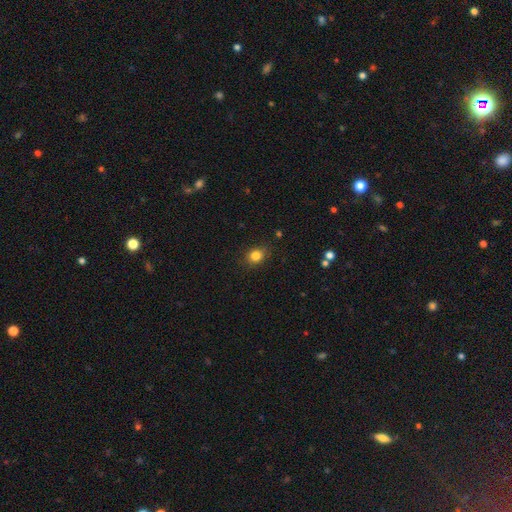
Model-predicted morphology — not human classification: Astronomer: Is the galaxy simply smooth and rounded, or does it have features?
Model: smooth — 83%.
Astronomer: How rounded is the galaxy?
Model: round — 63%.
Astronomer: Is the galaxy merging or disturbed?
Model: none — 82%.